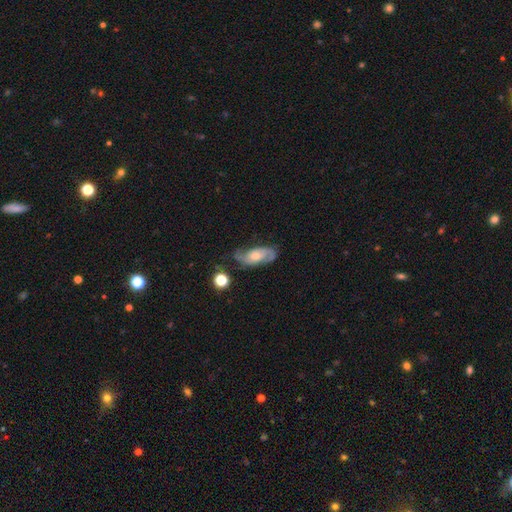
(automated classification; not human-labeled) Smooth or featured? Predicted: featured or disk (p=0.64). Edge-on disk? Predicted: no (p=0.90). Bar? Predicted: no (p=0.69). Spiral arms? Predicted: yes (p=0.85). Bulge size? Predicted: moderate (p=0.60). Merging? Predicted: none (p=0.58).